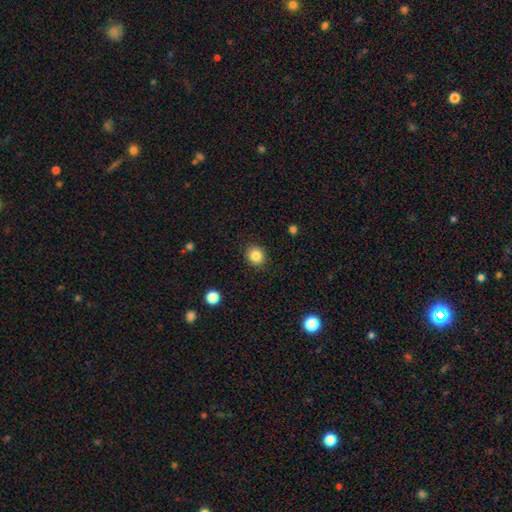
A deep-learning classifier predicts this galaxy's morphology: This is clearly a smooth galaxy (84%). How rounded: clearly round (82%). Merging: clearly none (89%).